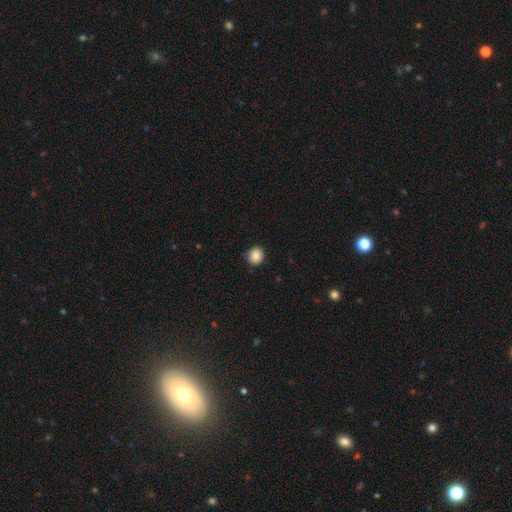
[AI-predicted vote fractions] smooth-or-featured: smooth: 88% | star or artifact: 9% | featured or disk: 4%
  how-rounded: round: 72% | in between: 27% | cigar-shaped: 1%
  merging: none: 89% | minor disturbance: 8% | major disturbance: 2% | merger: 1%